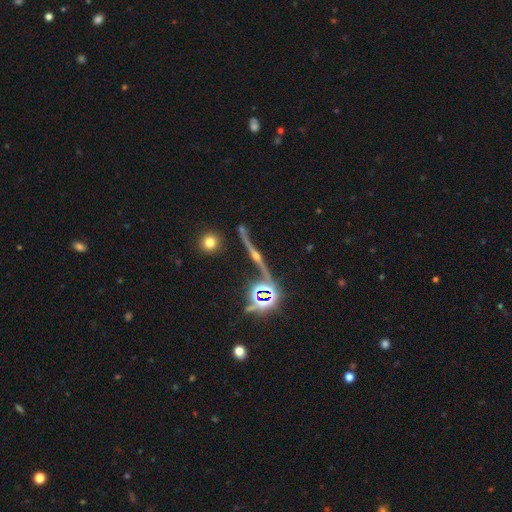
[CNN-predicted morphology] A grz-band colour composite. It shows a featured or disk galaxy (74%) viewed edge-on (83%) with a rounded central bulge (92%). Merging: none (76%).